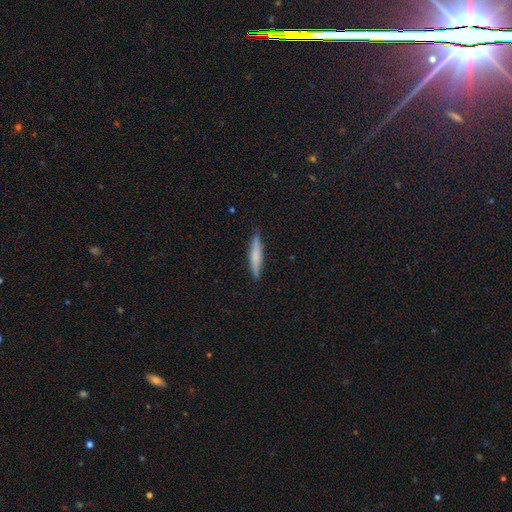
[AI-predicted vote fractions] The model was most divided on "smooth or featured": smooth: 60%, featured or disk: 34%, star or artifact: 6%. More confident: how rounded — cigar-shaped (91%); merging — none (89%).